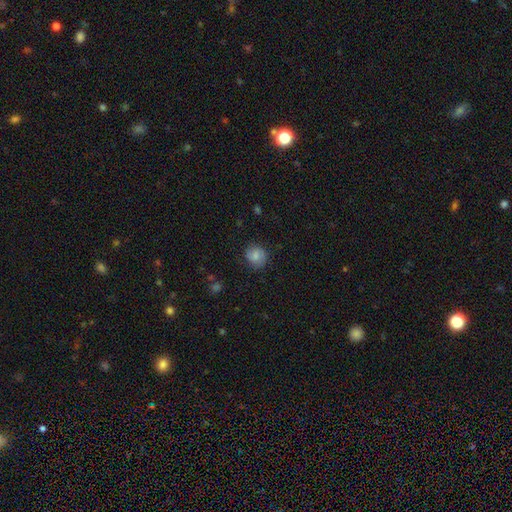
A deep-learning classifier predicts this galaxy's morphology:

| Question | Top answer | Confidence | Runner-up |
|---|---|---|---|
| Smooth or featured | smooth | 76% | featured or disk (15%) |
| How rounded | round | 83% | in between (16%) |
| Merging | none | 80% | minor disturbance (15%) |